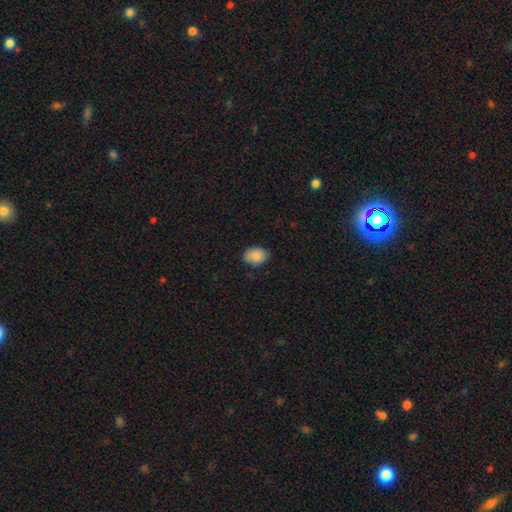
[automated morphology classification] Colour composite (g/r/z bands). It shows a smooth galaxy with no disk features (88%) that is in between round and cigar-shaped (71%). Merging: none (83%).